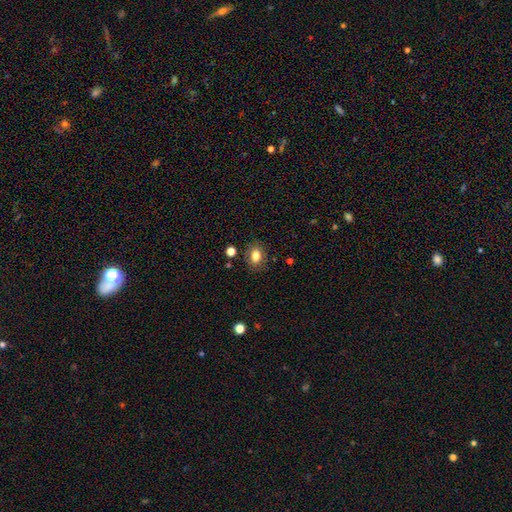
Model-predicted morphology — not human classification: smooth-or-featured: smooth: 81% | featured or disk: 10% | star or artifact: 10%
  how-rounded: in between: 69% | round: 30% | cigar-shaped: 1%
  merging: none: 82% | minor disturbance: 12% | major disturbance: 3% | merger: 2%